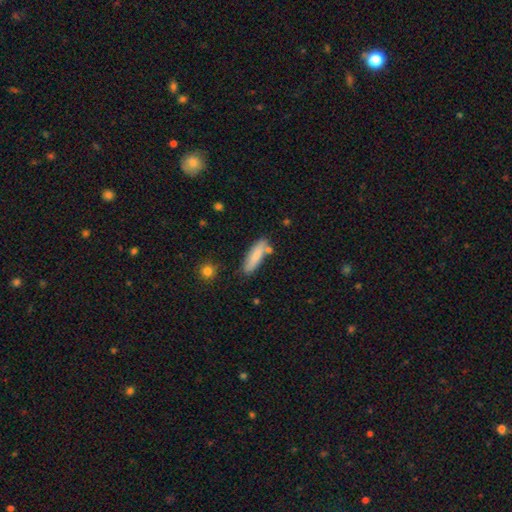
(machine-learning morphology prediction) Overall: smooth (79%). How rounded: cigar-shaped (60%; in between 38%). Merging: none (73%).